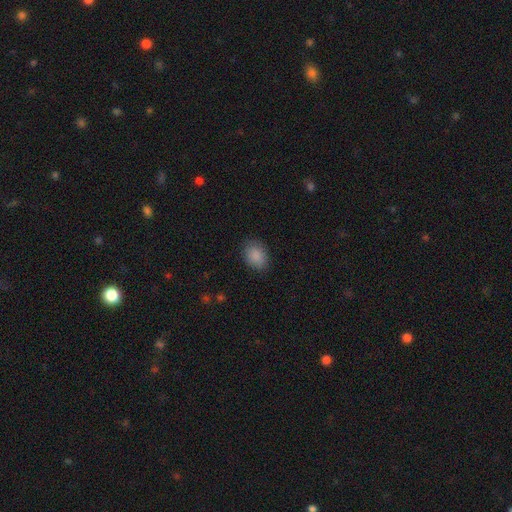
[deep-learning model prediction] A smooth galaxy with no disk features (88%) that is in between round and cigar-shaped (63%).

Vote fractions:
- Smooth or featured? smooth: 88% / star or artifact: 8% / featured or disk: 4%
- How rounded? in between: 63% / round: 36% / cigar-shaped: 1%
- Merging? none: 84% / minor disturbance: 12% / major disturbance: 3% / merger: 1%